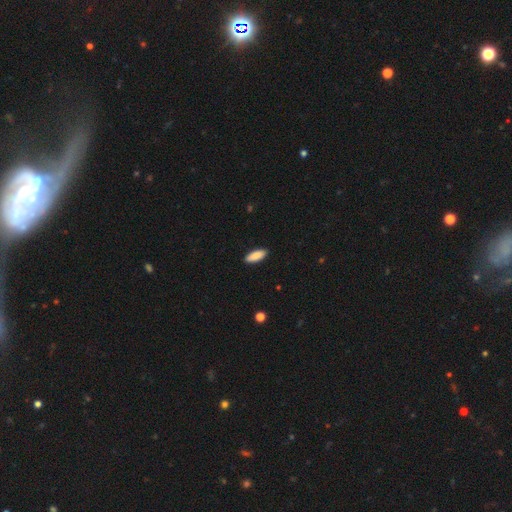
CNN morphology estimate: smooth_or_featured: smooth (p=0.88) [alt: featured or disk p=0.06]
how_rounded: in between (p=0.71) [alt: cigar-shaped p=0.27]
merging: none (p=0.90) [alt: minor disturbance p=0.07]